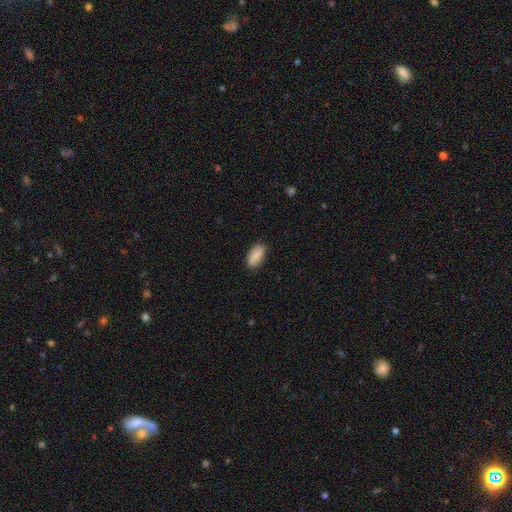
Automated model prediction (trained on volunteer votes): Smooth or featured? smooth (85%)
How rounded? in between (89%)
Merging? none (86%)